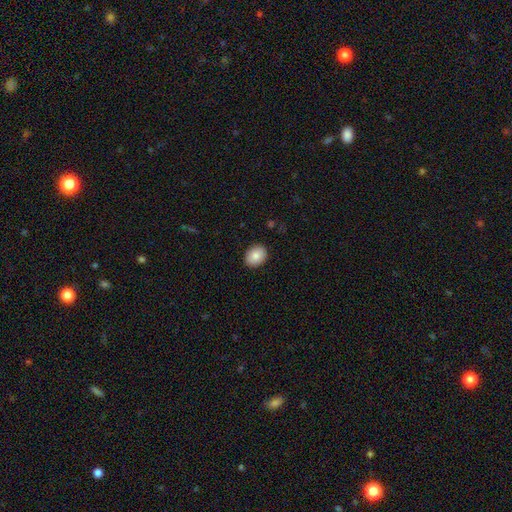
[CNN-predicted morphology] Smooth or featured: smooth — 84% (featured or disk — 8%)
How rounded: in between — 52% (round — 47%)
Merging: none — 89% (minor disturbance — 8%)